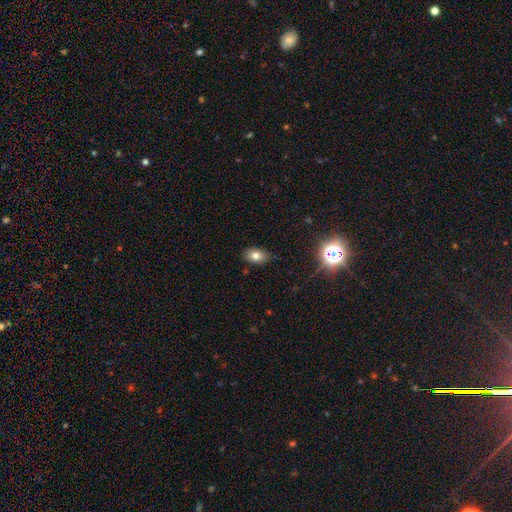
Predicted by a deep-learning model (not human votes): This is likely a smooth galaxy (76%). How rounded: clearly in between (84%). Merging: clearly none (82%).